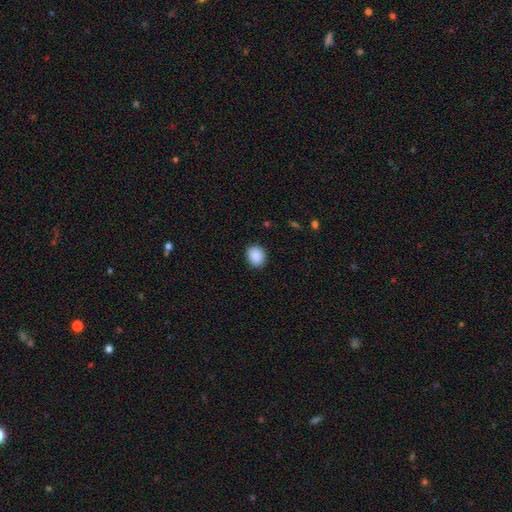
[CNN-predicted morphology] Smooth or featured? Predicted: smooth (p=0.90). How rounded? Predicted: round (p=0.57). Merging? Predicted: none (p=0.89).